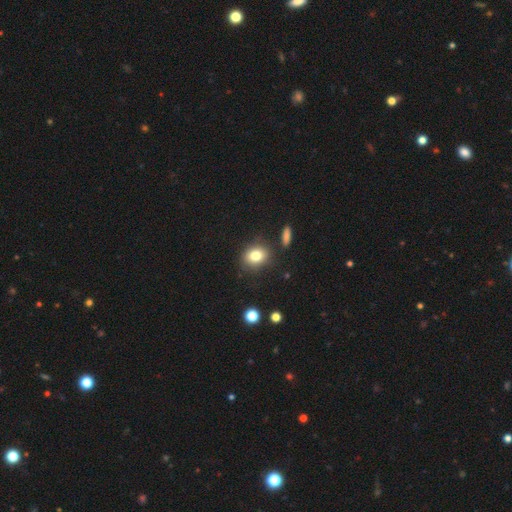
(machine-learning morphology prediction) Q: Smooth or featured?
A: smooth (81%); runner-up: star or artifact (10%)
Q: How rounded?
A: round (50%); runner-up: in between (49%)
Q: Merging?
A: none (79%); runner-up: minor disturbance (13%)